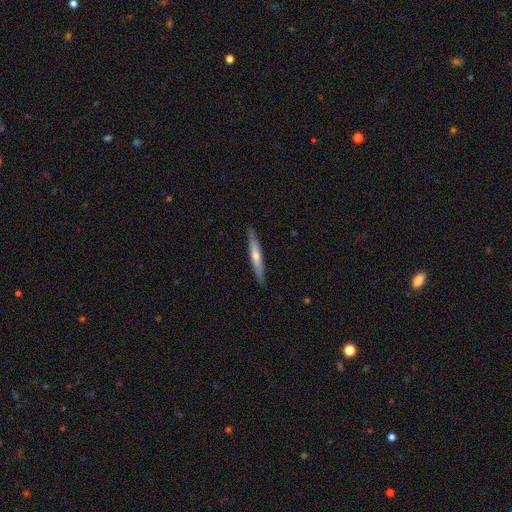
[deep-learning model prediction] The model was most divided on "smooth or featured": featured or disk: 54%, smooth: 40%, star or artifact: 6%. More confident: edge-on disk — yes (93%); merging — none (91%); edge-on bulge — rounded (72%).